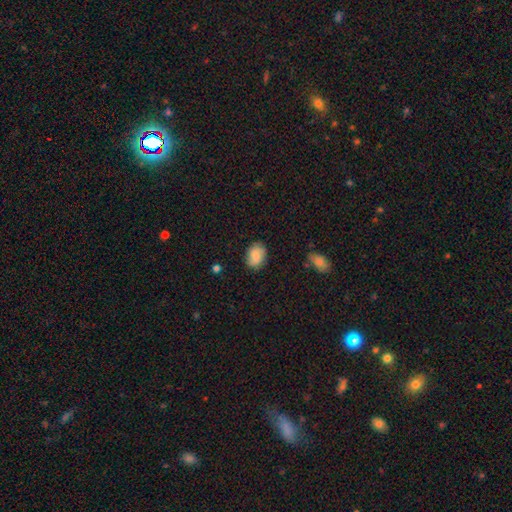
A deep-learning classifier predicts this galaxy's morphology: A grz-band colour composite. It shows a smooth galaxy with no disk features (78%) that is in between round and cigar-shaped (74%). Merging: none (80%).